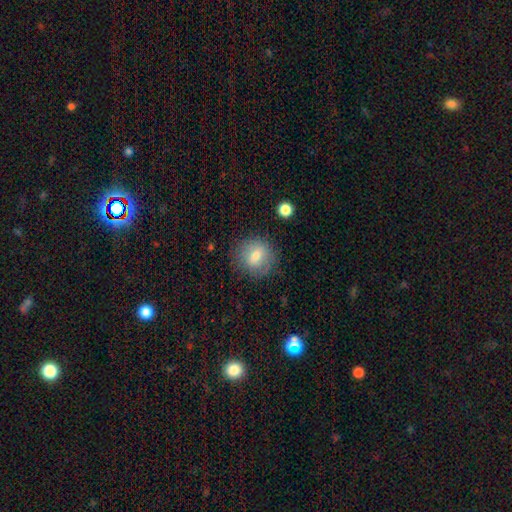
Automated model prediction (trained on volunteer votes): Smooth or featured? smooth (73%)
How rounded? round (81%)
Merging? none (79%)